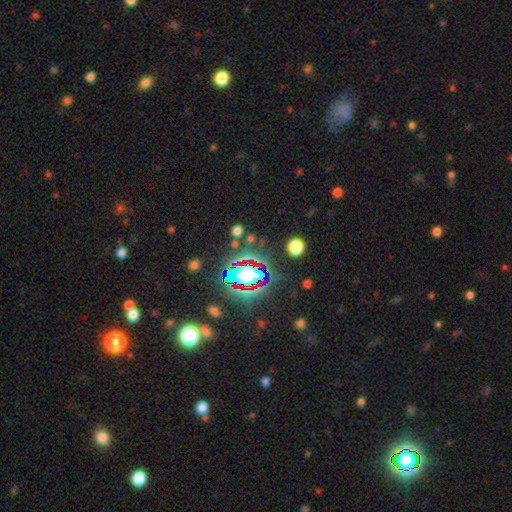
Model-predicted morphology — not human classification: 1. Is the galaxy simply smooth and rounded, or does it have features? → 82% star or artifact, 11% smooth, 8% featured or disk.